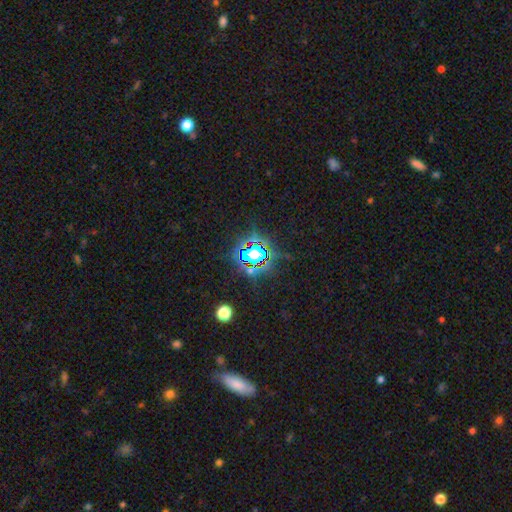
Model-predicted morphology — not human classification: smooth-or-featured: star or artifact: 79% | smooth: 13% | featured or disk: 8%